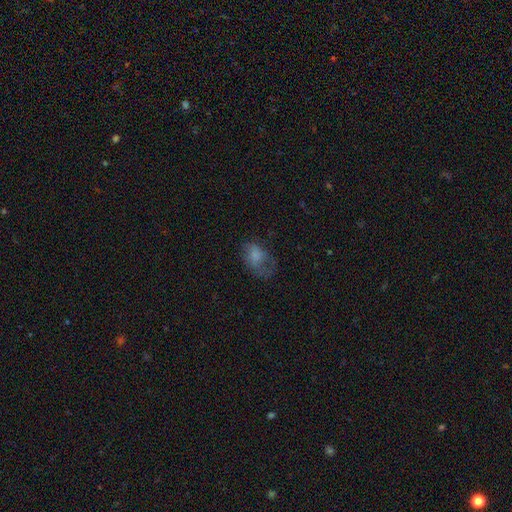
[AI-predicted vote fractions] smooth-or-featured: smooth: 61% | featured or disk: 27% | star or artifact: 11%
  how-rounded: in between: 81% | round: 18% | cigar-shaped: 1%
  merging: major disturbance: 37% | none: 35% | minor disturbance: 26% | merger: 2%